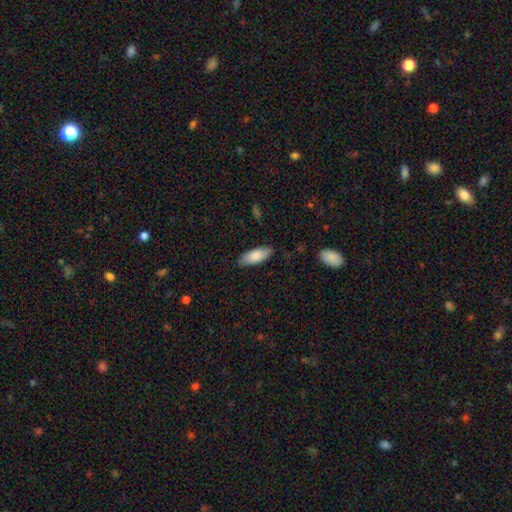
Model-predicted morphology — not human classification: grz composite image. It shows a smooth galaxy with no disk features (84%) that is in between round and cigar-shaped (79%). Merging: none (83%).